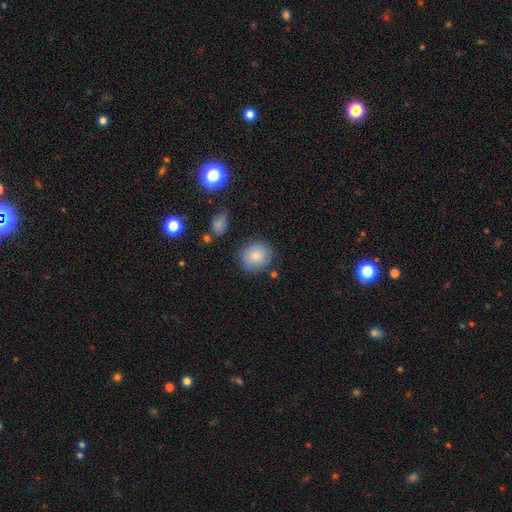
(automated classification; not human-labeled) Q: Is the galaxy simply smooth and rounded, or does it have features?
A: smooth — 83%.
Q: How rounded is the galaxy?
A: round — 84%.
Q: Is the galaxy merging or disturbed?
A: none — 80%.